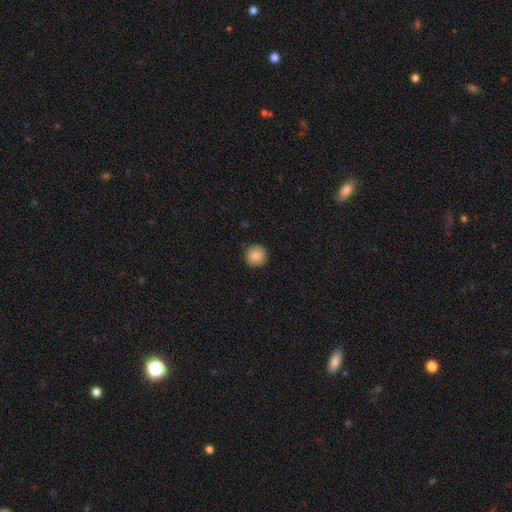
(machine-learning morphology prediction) Smooth or featured?
  - smooth: 87% *
  - star or artifact: 9%
  - featured or disk: 4%
How rounded?
  - round: 95% *
  - in between: 4%
  - cigar-shaped: 1%
Merging?
  - none: 90% *
  - minor disturbance: 7%
  - major disturbance: 2%
  - merger: 1%